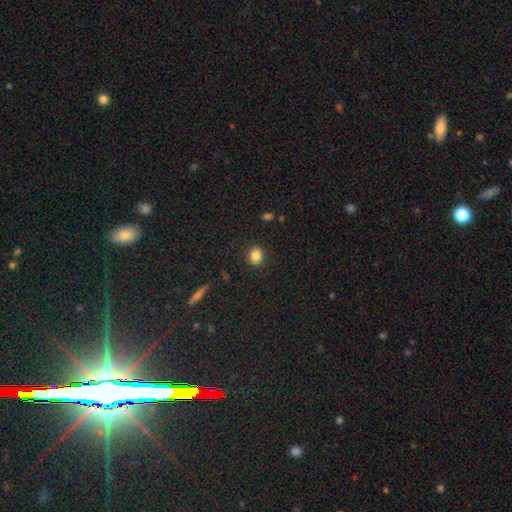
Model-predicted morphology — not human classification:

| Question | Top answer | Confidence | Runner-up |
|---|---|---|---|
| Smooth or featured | smooth | 84% | star or artifact (10%) |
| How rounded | round | 67% | in between (31%) |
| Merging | none | 87% | minor disturbance (9%) |